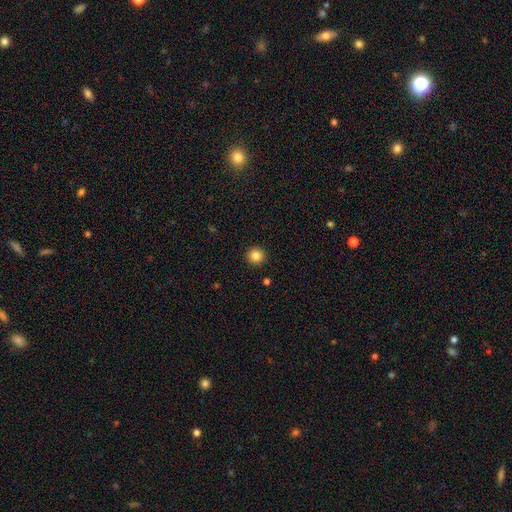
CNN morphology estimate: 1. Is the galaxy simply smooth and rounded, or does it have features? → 85% smooth, 10% star or artifact, 4% featured or disk.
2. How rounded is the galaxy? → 94% round, 5% in between, 1% cigar-shaped.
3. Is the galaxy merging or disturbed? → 92% none, 5% minor disturbance, 2% major disturbance, 1% merger.